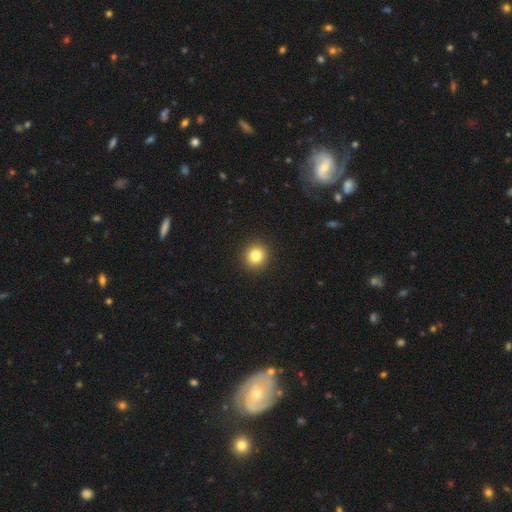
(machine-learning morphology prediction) The model was most divided on "smooth or featured": smooth: 82%, star or artifact: 11%, featured or disk: 6%. More confident: merging — none (93%); how rounded — round (91%).